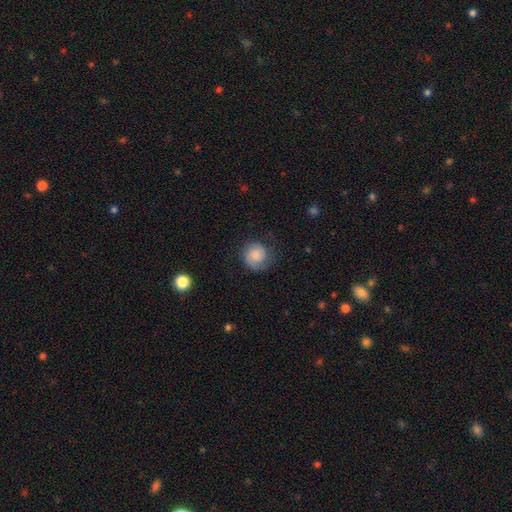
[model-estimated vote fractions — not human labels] Smooth or featured?
  - smooth: 68% *
  - featured or disk: 24%
  - star or artifact: 8%
How rounded?
  - round: 88% *
  - in between: 11%
  - cigar-shaped: 1%
Merging?
  - none: 69% *
  - minor disturbance: 19%
  - major disturbance: 10%
  - merger: 1%